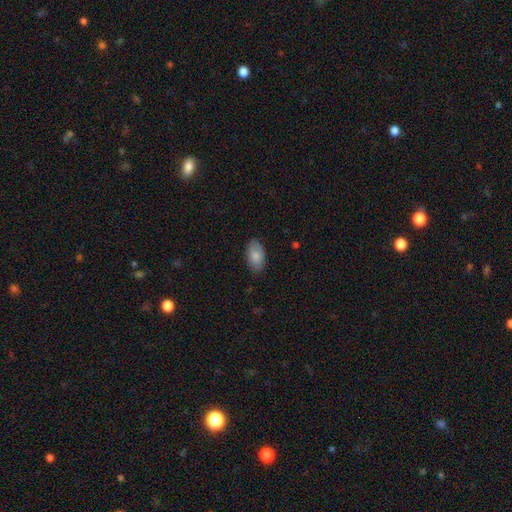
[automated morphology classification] Smooth or featured? Predicted: smooth (p=0.82). How rounded? Predicted: in between (p=0.94). Merging? Predicted: none (p=0.83).